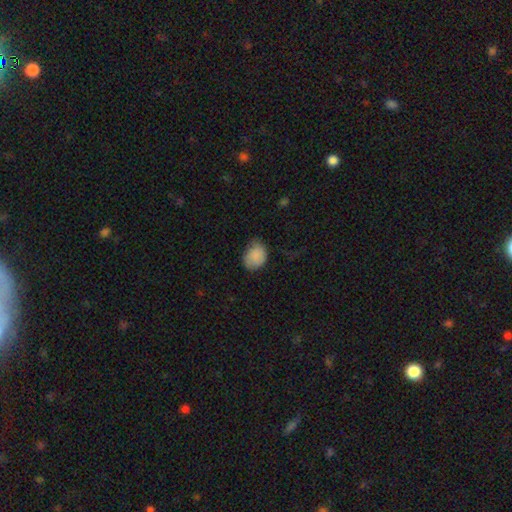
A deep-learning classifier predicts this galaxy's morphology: Overall: smooth (86%). How rounded: in between (59%; round 40%). Merging: none (55%; minor disturbance 35%).